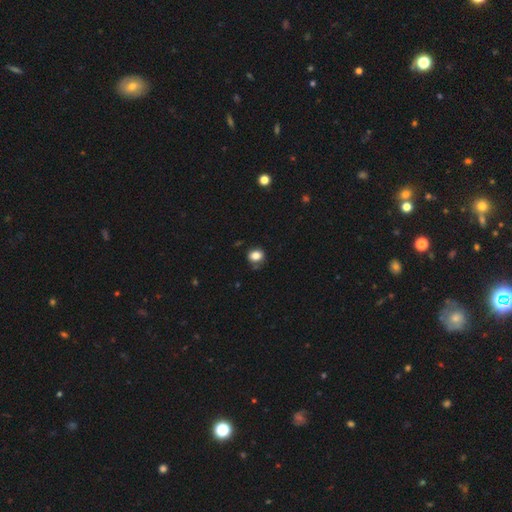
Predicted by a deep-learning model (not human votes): A smooth galaxy with no disk features (83%) that is round (58%). Merging: none (73%).